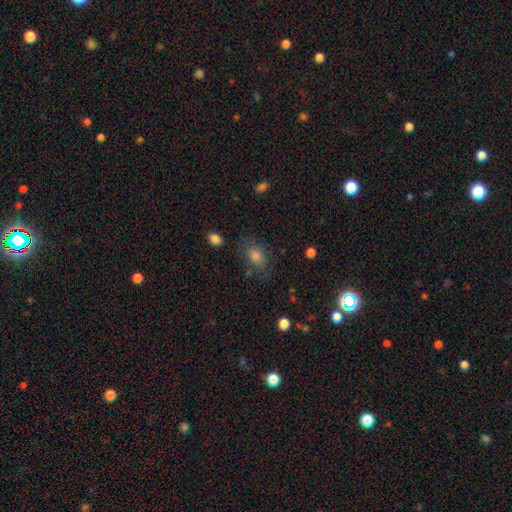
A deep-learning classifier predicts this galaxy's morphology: Smooth or featured? smooth (61%)
How rounded? in between (66%)
Merging? none (73%)